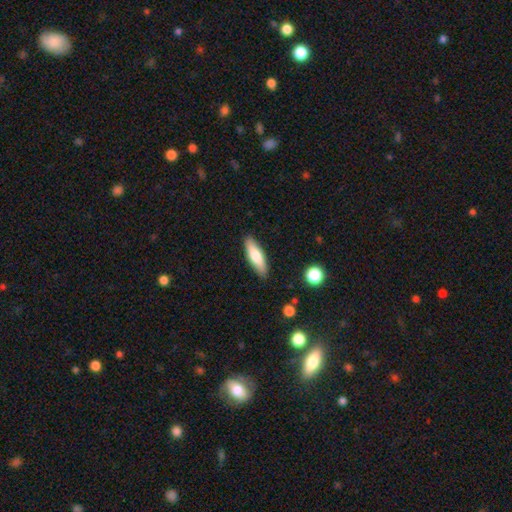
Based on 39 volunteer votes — Morphology: type=smooth (77%); roundness=cigar-shaped (63%); merging=none (89%).